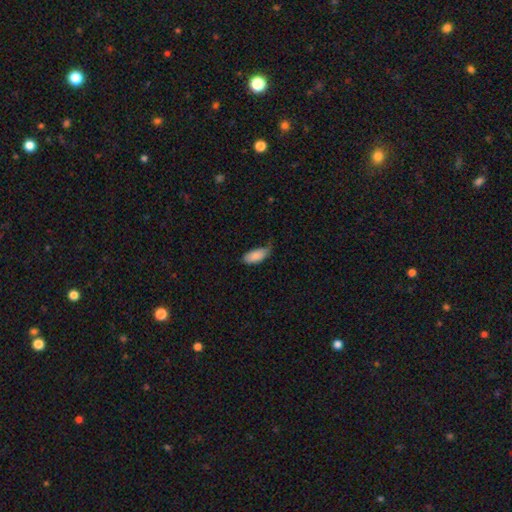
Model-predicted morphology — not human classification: Q: Smooth or featured?
A: smooth (86%); runner-up: featured or disk (7%)
Q: How rounded?
A: in between (90%); runner-up: cigar-shaped (8%)
Q: Merging?
A: minor disturbance (44%); runner-up: none (37%)